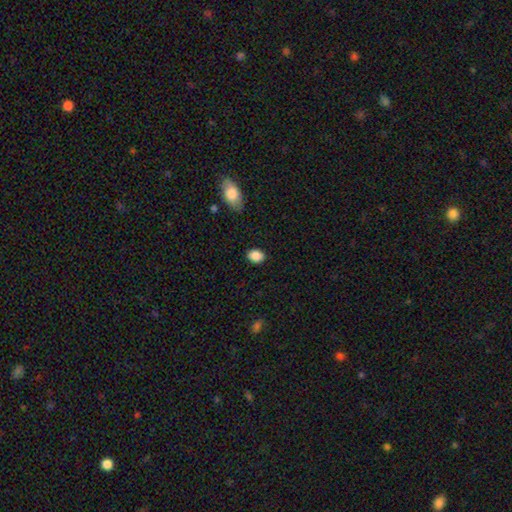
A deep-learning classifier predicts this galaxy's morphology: smooth_or_featured: smooth (p=0.88) [alt: star or artifact p=0.08]
how_rounded: in between (p=0.68) [alt: round p=0.31]
merging: none (p=0.86) [alt: minor disturbance p=0.10]